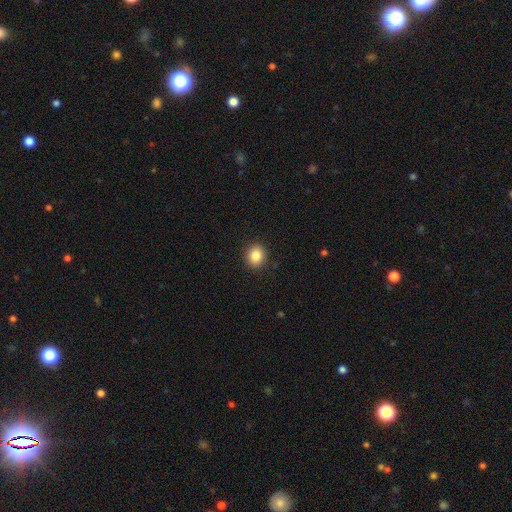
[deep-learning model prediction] The model was most divided on "how rounded": round: 78%, in between: 21%, cigar-shaped: 1%. More confident: merging — none (91%); smooth or featured — smooth (85%).